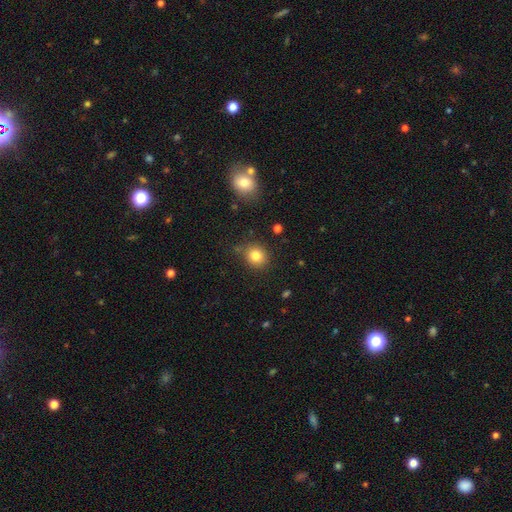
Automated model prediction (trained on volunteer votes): Overall: smooth (82%). How rounded: round (78%). Merging: none (79%).